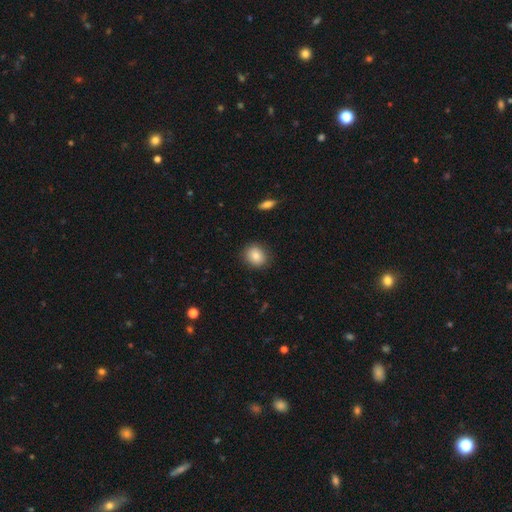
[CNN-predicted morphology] This is clearly a smooth galaxy (84%). How rounded: likely round (69%). Merging: clearly none (88%).